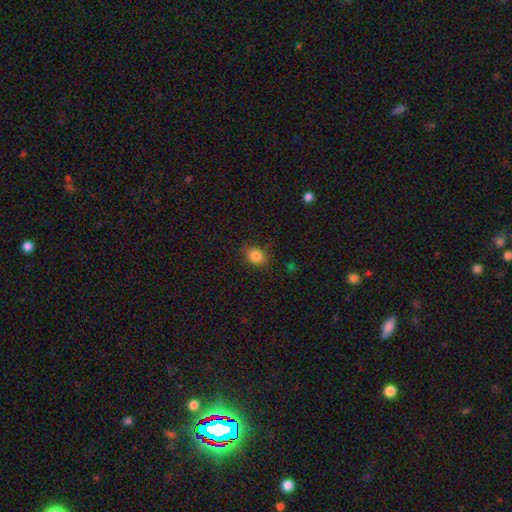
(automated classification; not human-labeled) Smooth or featured? smooth (84%)
How rounded? in between (52%)
Merging? none (83%)